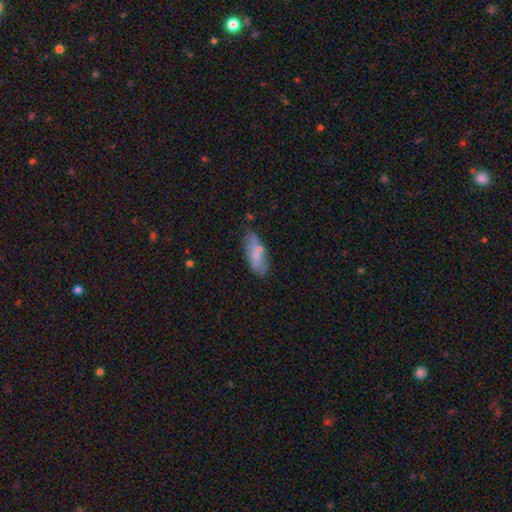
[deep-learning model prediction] Smooth or featured: smooth — 69% (featured or disk — 23%)
How rounded: in between — 71% (cigar-shaped — 26%)
Merging: none — 62% (minor disturbance — 23%)